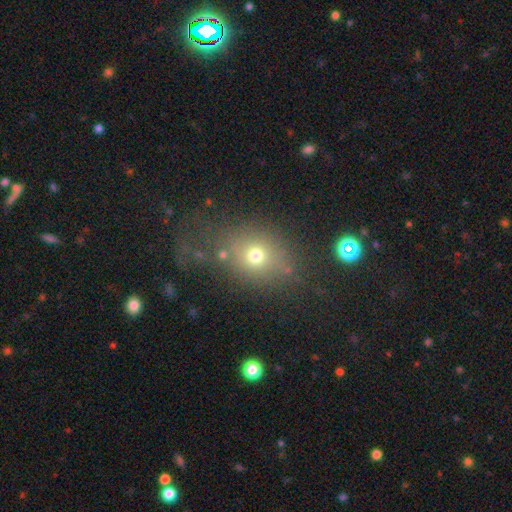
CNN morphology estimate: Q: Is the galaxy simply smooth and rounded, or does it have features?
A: smooth — 66%.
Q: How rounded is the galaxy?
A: round — 55%.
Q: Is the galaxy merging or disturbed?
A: none — 68%.